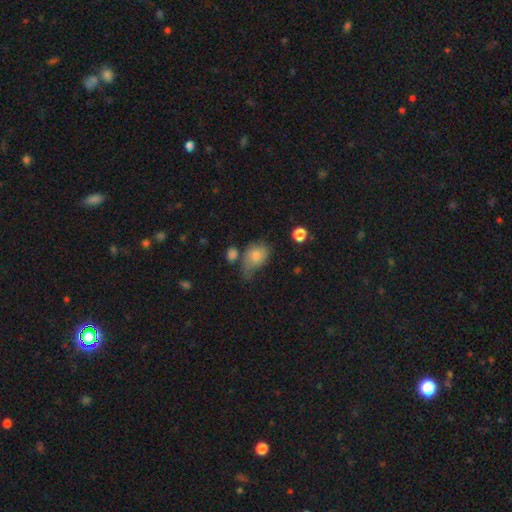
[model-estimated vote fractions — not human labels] Q: Smooth or featured?
A: smooth (77%); runner-up: featured or disk (14%)
Q: How rounded?
A: in between (71%); runner-up: round (27%)
Q: Merging?
A: none (36%); runner-up: minor disturbance (34%)